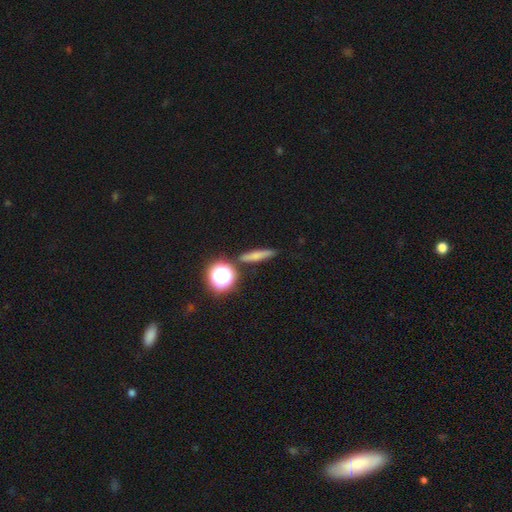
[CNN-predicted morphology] smooth-or-featured: smooth: 64% | featured or disk: 21% | star or artifact: 15%
  how-rounded: cigar-shaped: 64% | round: 21% | in between: 15%
  merging: none: 83% | minor disturbance: 9% | merger: 5% | major disturbance: 3%